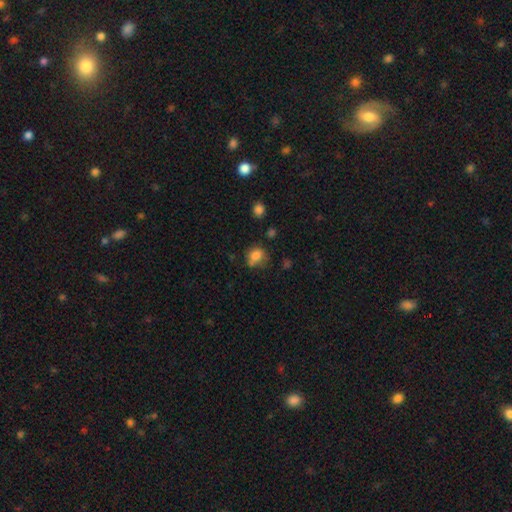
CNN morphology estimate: Smooth or featured? smooth (79%)
How rounded? round (61%)
Merging? none (52%)